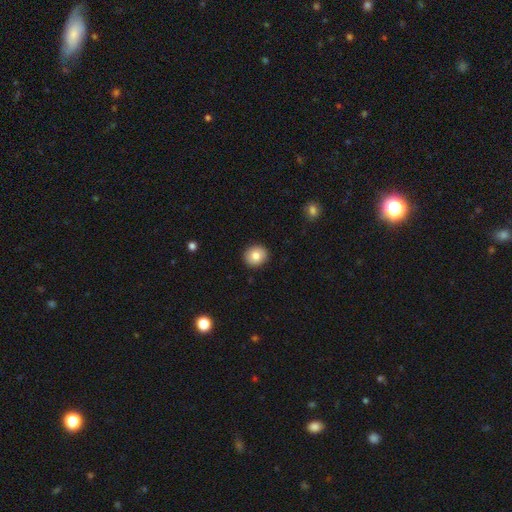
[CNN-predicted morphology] This appears to be a smooth galaxy with no disk features (81%) that is round (85%). Merging: none (92%).